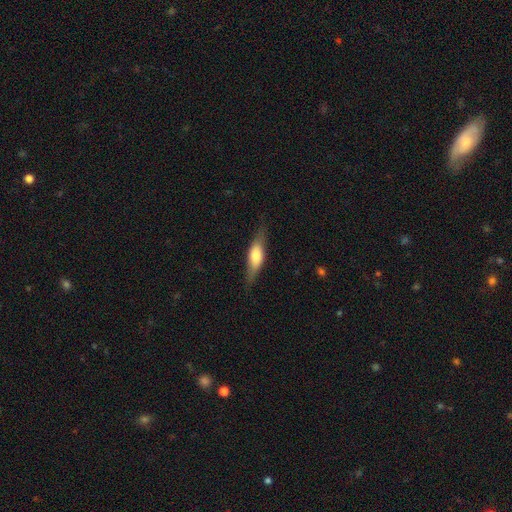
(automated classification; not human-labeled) smooth-or-featured: smooth: 52% | featured or disk: 42% | star or artifact: 6%
  how-rounded: cigar-shaped: 51% | in between: 46% | round: 3%
  merging: none: 78% | minor disturbance: 17% | major disturbance: 4% | merger: 1%